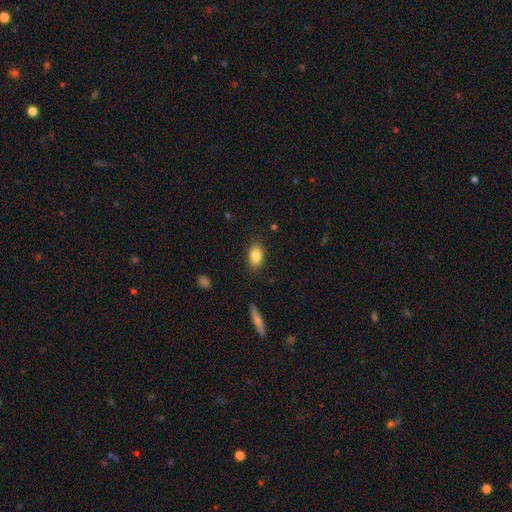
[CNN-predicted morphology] smooth 85%, star or artifact 8%, featured or disk 7%. Down the decision tree: how rounded — in between (87%); merging — none (86%).